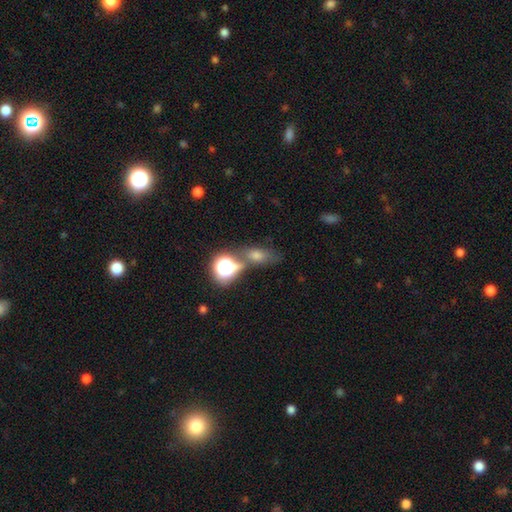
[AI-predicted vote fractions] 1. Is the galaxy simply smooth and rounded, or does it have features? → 47% smooth, 35% star or artifact, 18% featured or disk.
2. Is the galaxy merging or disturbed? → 60% none, 20% merger, 13% minor disturbance, 7% major disturbance.